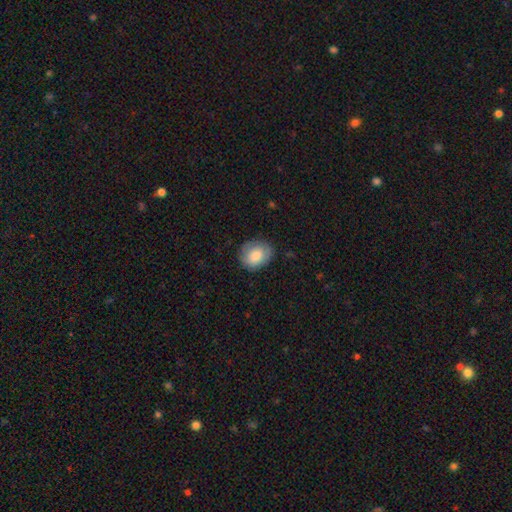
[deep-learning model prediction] Smooth or featured? Predicted: smooth (p=0.81). How rounded? Predicted: in between (p=0.50). Merging? Predicted: none (p=0.78).